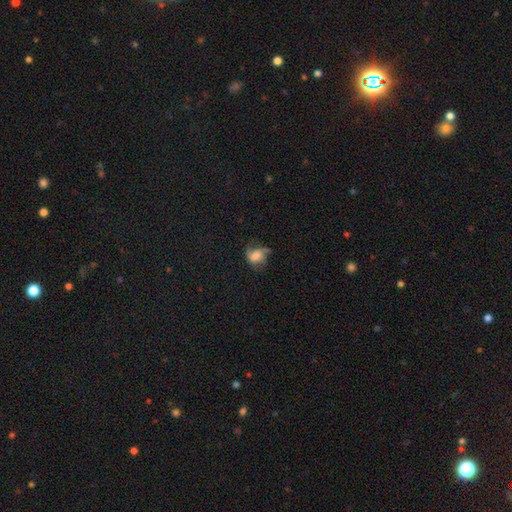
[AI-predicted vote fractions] Q: Smooth or featured?
A: featured or disk (45%); runner-up: smooth (44%)
Q: Merging?
A: none (45%); runner-up: minor disturbance (26%)